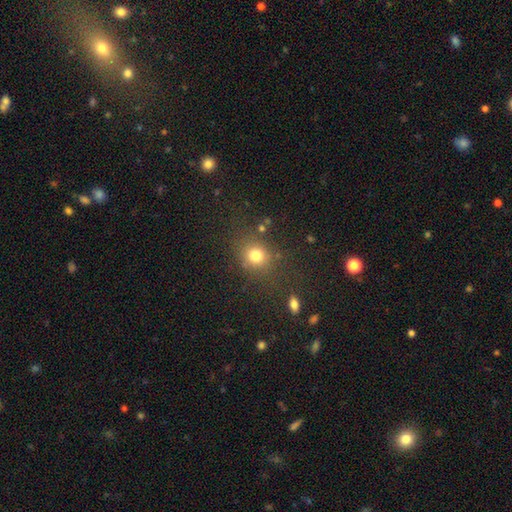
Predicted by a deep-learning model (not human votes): Smooth or featured?
  - smooth: 78% *
  - star or artifact: 15%
  - featured or disk: 7%
How rounded?
  - round: 74% *
  - in between: 25%
  - cigar-shaped: 1%
Merging?
  - none: 74% *
  - minor disturbance: 13%
  - major disturbance: 7%
  - merger: 6%